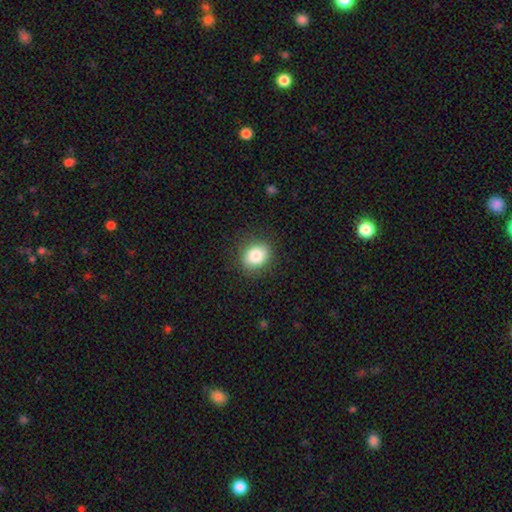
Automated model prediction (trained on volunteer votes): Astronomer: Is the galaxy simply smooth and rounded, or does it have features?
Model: smooth — 84%.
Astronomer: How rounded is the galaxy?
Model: round — 56% (runner-up: in between, 43%).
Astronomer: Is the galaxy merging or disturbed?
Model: none — 85%.